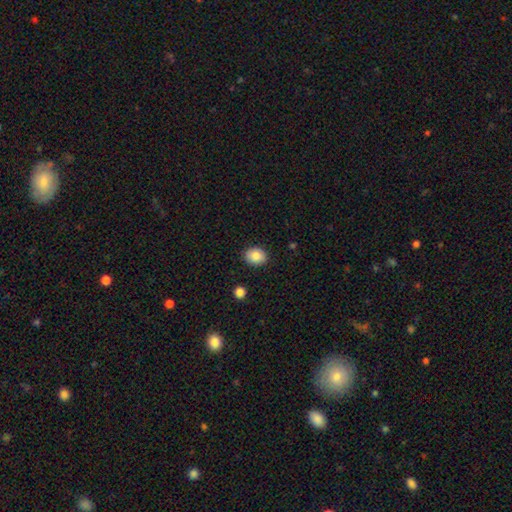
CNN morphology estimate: type=smooth (85%); roundness=in between (50%); merging=none (89%).